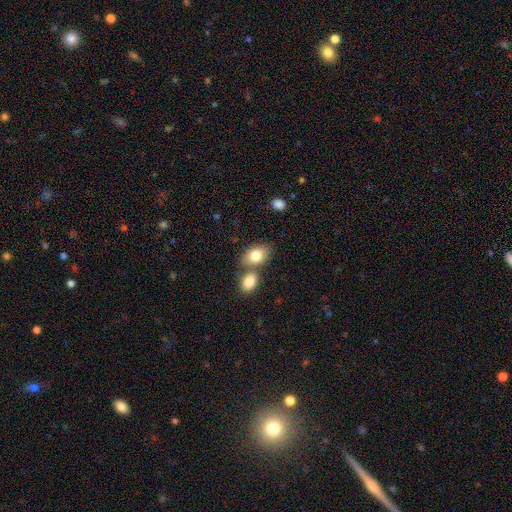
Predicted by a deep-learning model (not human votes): A smooth galaxy with no disk features (80%) that is in between round and cigar-shaped (85%). Merging: none (51%).